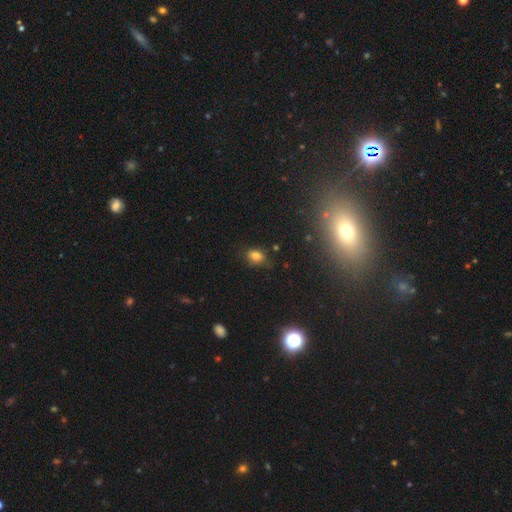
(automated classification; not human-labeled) Smooth or featured: smooth — 78% (star or artifact — 14%)
How rounded: in between — 67% (round — 31%)
Merging: none — 71% (minor disturbance — 21%)